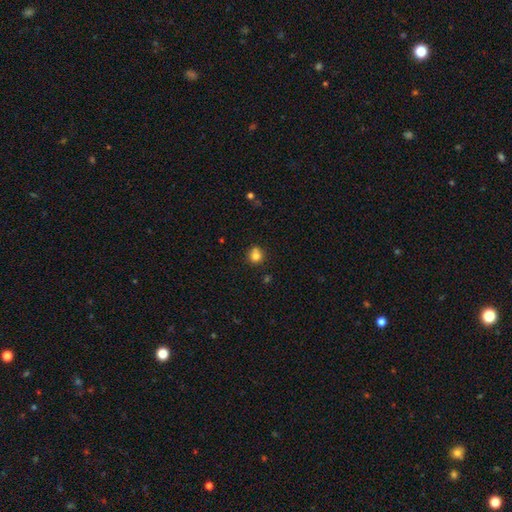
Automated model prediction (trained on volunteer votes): This is likely a smooth galaxy (79%). How rounded: clearly round (91%). Merging: likely none (69%).